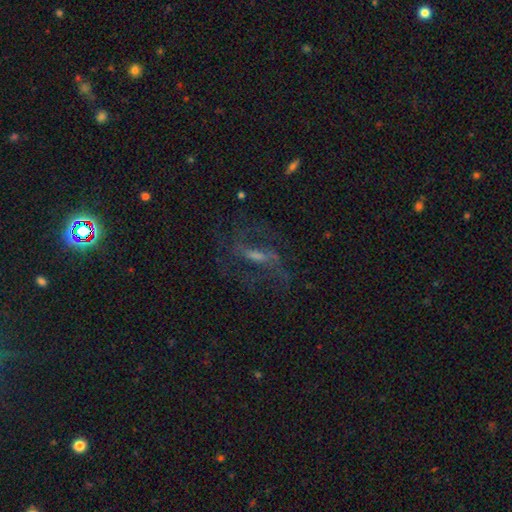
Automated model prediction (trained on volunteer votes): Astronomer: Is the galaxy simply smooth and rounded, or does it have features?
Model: featured or disk — 71%.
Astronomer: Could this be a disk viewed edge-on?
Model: no — 88%.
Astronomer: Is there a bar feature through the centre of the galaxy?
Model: weak — 42% (runner-up: strong, 39%).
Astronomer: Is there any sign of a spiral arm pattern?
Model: yes — 83%.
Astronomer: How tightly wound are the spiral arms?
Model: loose — 44% (runner-up: medium, 42%).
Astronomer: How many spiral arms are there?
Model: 2 — 64%.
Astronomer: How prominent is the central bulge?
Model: small — 38% (runner-up: moderate, 33%).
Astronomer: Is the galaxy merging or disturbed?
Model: none — 60%.